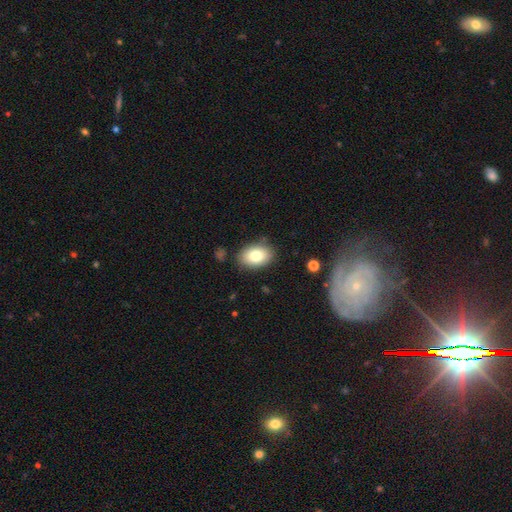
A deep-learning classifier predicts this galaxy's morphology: This is likely a smooth galaxy (80%). How rounded: clearly in between (83%). Merging: clearly none (84%).